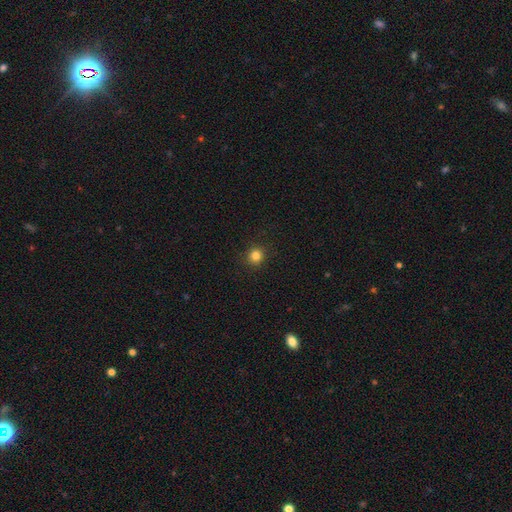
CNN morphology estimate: type=smooth (82%); roundness=round (93%); merging=none (92%).